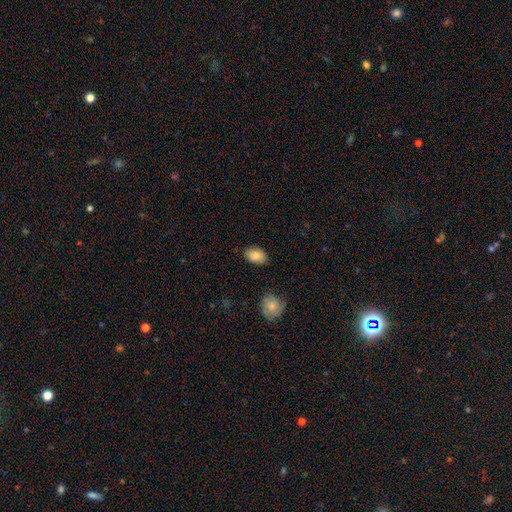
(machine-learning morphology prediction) A smooth galaxy with no disk features (87%) that is in between round and cigar-shaped (87%).

Vote fractions:
- Smooth or featured? smooth: 87% / star or artifact: 7% / featured or disk: 6%
- How rounded? in between: 87% / round: 11% / cigar-shaped: 1%
- Merging? none: 84% / minor disturbance: 12% / major disturbance: 2% / merger: 2%